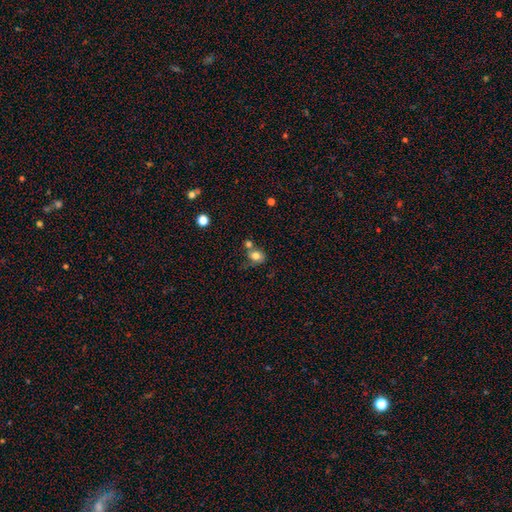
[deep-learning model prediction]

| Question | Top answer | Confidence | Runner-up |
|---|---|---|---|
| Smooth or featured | smooth | 78% | featured or disk (11%) |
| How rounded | round | 59% | in between (40%) |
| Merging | none | 39% | merger (36%) |